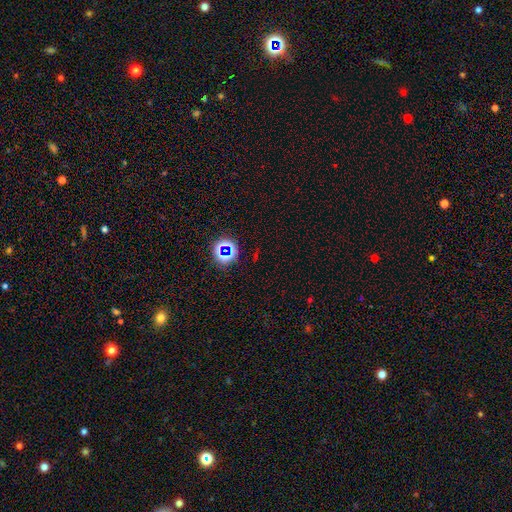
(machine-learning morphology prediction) Smooth or featured? star or artifact (69%)